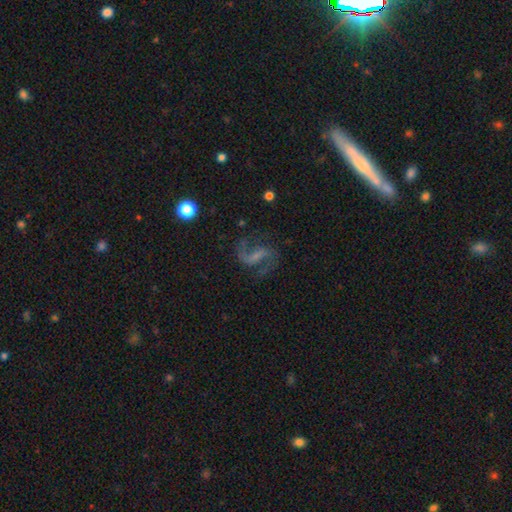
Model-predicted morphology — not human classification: A featured or disk galaxy (85%) with a weak bar (44%), 2 (92%) loose (59%) spiral arms (95%) and a small central bulge (42%). Merging: none (72%).